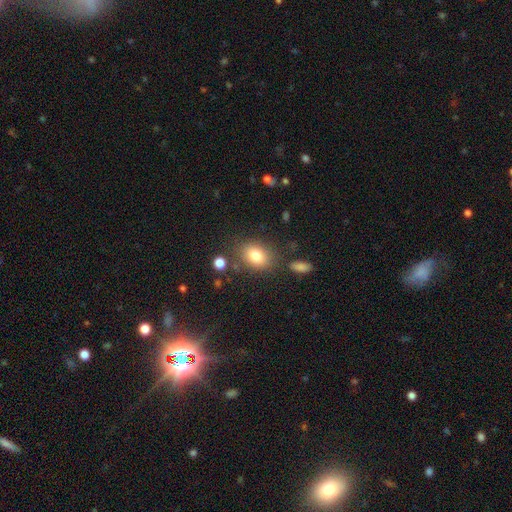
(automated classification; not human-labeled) smooth-or-featured: smooth: 81% | star or artifact: 9% | featured or disk: 9%
  how-rounded: in between: 71% | round: 27% | cigar-shaped: 1%
  merging: none: 75% | minor disturbance: 14% | merger: 6% | major disturbance: 5%